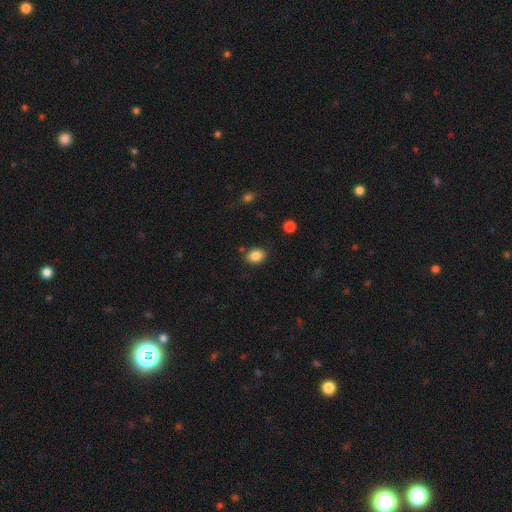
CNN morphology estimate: Overall: smooth (85%). How rounded: in between (63%; round 36%). Merging: none (82%).